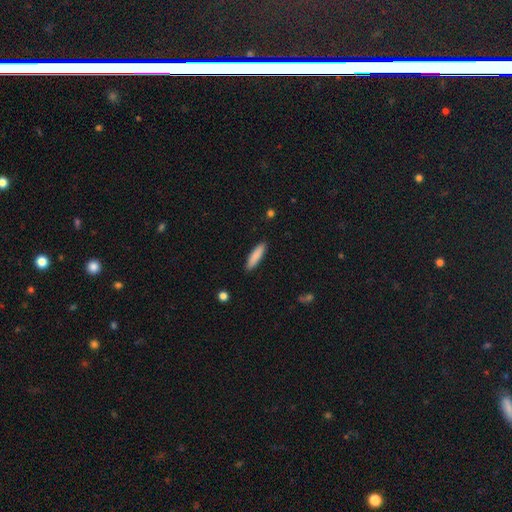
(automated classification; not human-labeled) Overall: smooth (86%). How rounded: cigar-shaped (77%). Merging: none (90%).